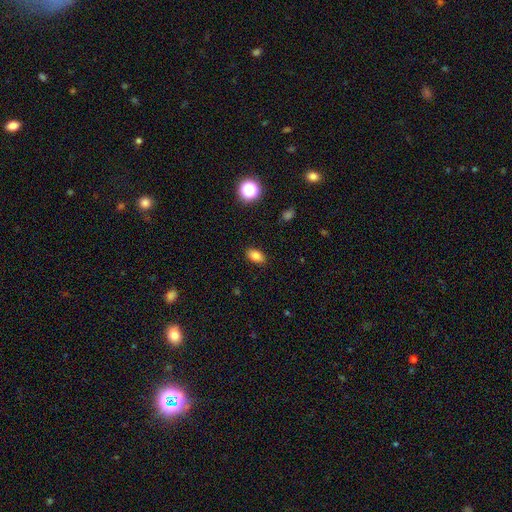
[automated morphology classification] Smooth or featured? smooth (82%)
How rounded? in between (88%)
Merging? none (88%)